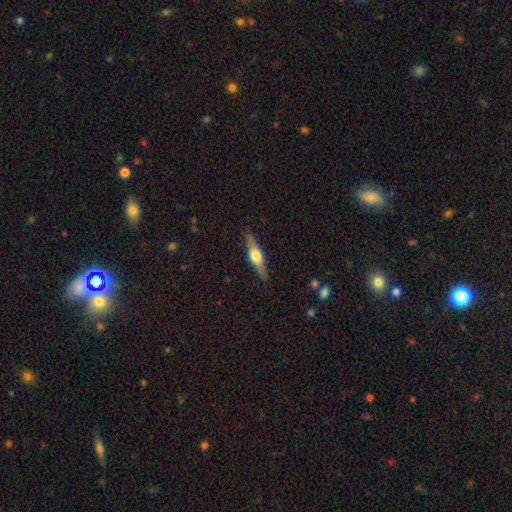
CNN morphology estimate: Smooth or featured? featured or disk (63%)
Edge-on disk? yes (94%)
Edge-on bulge? rounded (89%)
Merging? none (87%)